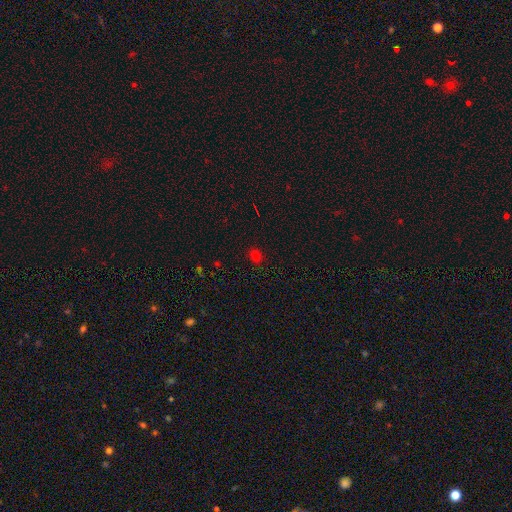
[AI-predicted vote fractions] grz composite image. It shows a smooth galaxy with no disk features (74%) that is round (63%). Merging: none (87%).